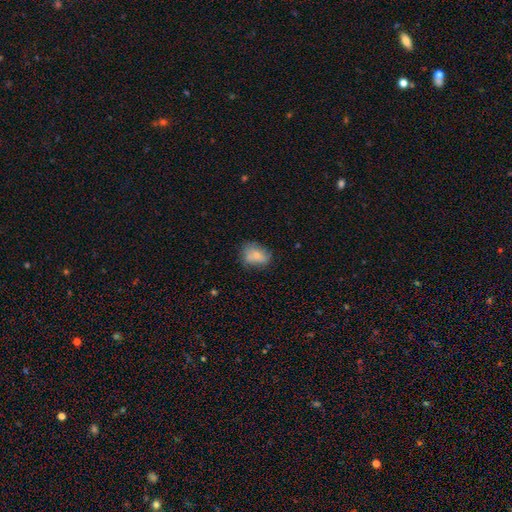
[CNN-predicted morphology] A smooth galaxy with no disk features (76%) that is in between round and cigar-shaped (74%).

Vote fractions:
- Smooth or featured? smooth: 76% / featured or disk: 16% / star or artifact: 9%
- How rounded? in between: 74% / round: 24% / cigar-shaped: 2%
- Merging? none: 58% / minor disturbance: 29% / major disturbance: 10% / merger: 3%